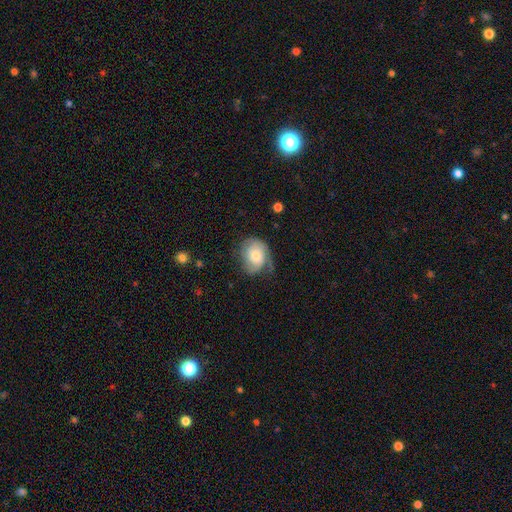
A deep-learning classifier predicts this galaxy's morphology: Smooth or featured? Predicted: smooth (p=0.48). Merging? Predicted: none (p=0.45).